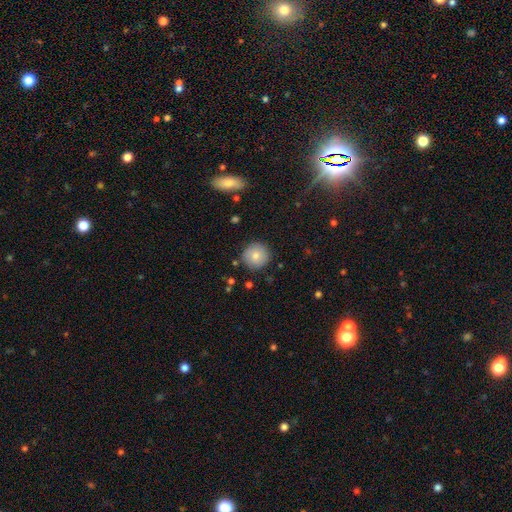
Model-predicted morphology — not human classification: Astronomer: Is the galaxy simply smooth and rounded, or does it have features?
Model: smooth — 78%.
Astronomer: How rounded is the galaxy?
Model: round — 95%.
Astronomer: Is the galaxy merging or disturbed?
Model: none — 88%.